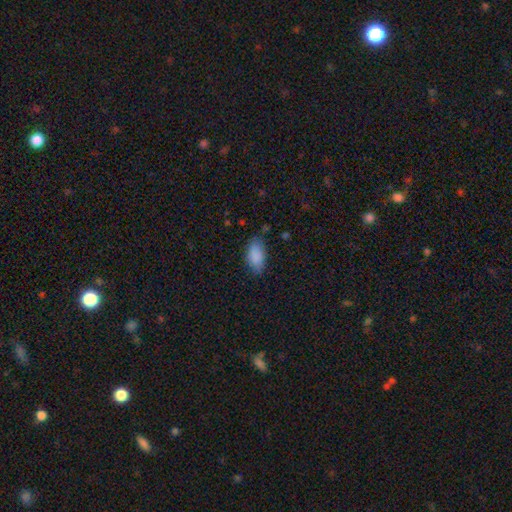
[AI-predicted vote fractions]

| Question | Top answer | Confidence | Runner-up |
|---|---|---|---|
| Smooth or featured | smooth | 88% | star or artifact (7%) |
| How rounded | in between | 92% | cigar-shaped (5%) |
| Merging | none | 77% | minor disturbance (18%) |